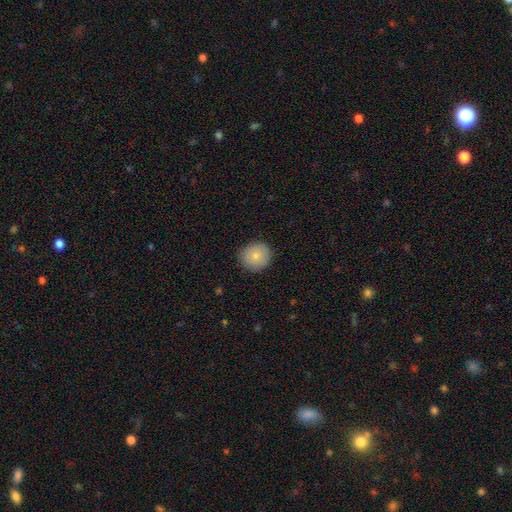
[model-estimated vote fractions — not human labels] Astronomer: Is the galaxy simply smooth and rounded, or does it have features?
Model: smooth — 82%.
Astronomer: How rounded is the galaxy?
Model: round — 87%.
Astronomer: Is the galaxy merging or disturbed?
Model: none — 88%.